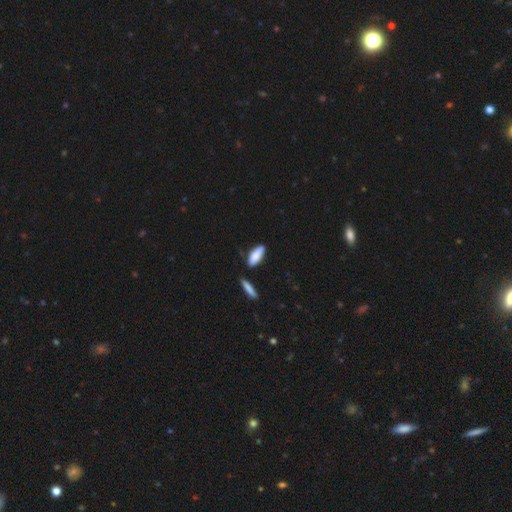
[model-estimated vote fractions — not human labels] Smooth or featured? Predicted: smooth (p=0.84). How rounded? Predicted: in between (p=0.68). Merging? Predicted: none (p=0.76).